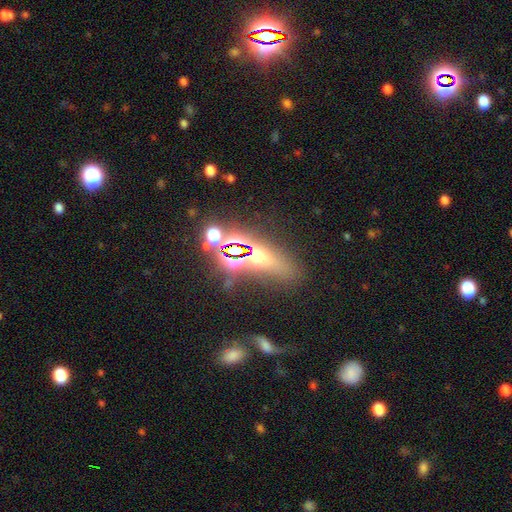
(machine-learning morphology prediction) Overall: star or artifact (42%; smooth 38%).